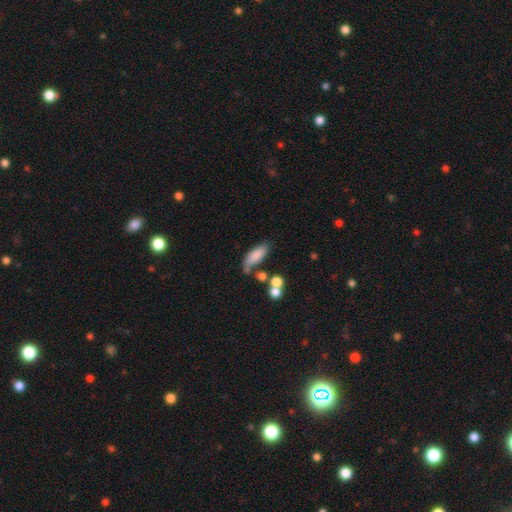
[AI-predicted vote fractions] This appears to be a smooth galaxy with no disk features (79%) that is in between round and cigar-shaped (71%). Merging: none (51%).